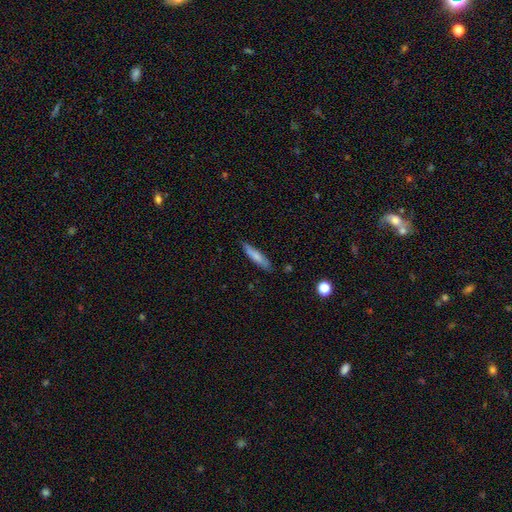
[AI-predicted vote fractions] Smooth or featured? Predicted: smooth (p=0.73). How rounded? Predicted: cigar-shaped (p=0.83). Merging? Predicted: none (p=0.81).